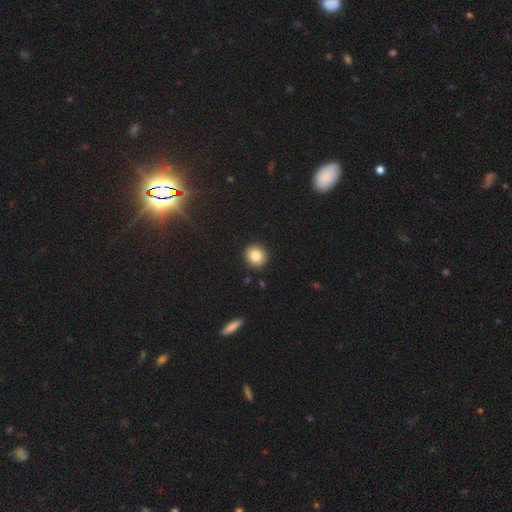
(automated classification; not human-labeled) This appears to be a smooth galaxy with no disk features (83%) that is round (89%). Merging: none (92%).